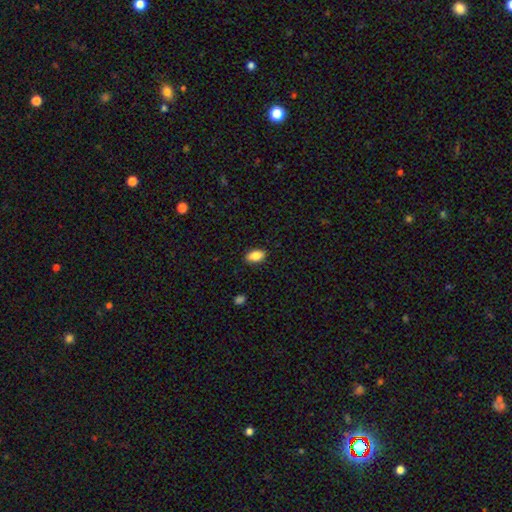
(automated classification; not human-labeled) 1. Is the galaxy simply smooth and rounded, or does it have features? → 85% smooth, 8% star or artifact, 7% featured or disk.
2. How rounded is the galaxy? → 91% in between, 6% round, 4% cigar-shaped.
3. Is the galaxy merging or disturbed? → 88% none, 9% minor disturbance, 2% major disturbance, 1% merger.